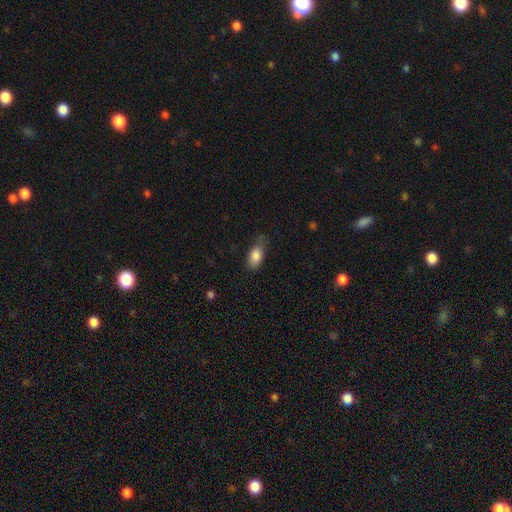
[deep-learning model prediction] Smooth or featured? smooth (84%)
How rounded? in between (88%)
Merging? none (56%)